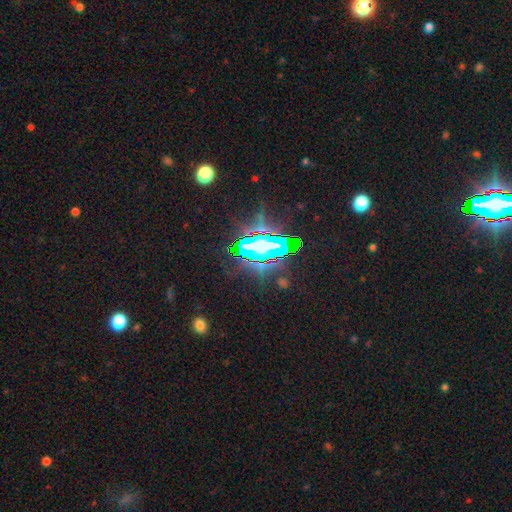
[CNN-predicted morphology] Overall: star or artifact (72%).